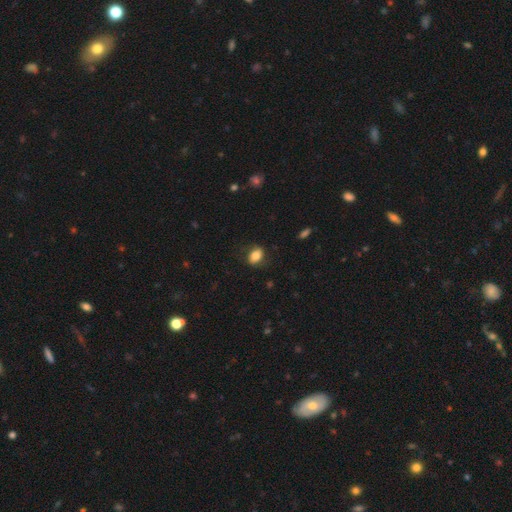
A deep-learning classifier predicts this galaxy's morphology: This is likely a smooth galaxy (79%). How rounded: likely in between (75%). Merging: likely none (78%).